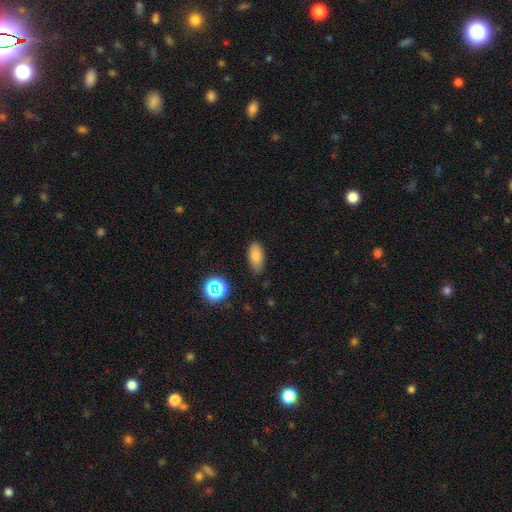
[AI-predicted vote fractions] smooth_or_featured: smooth (p=0.78) [alt: star or artifact p=0.12]
how_rounded: in between (p=0.88) [alt: cigar-shaped p=0.07]
merging: none (p=0.77) [alt: minor disturbance p=0.17]